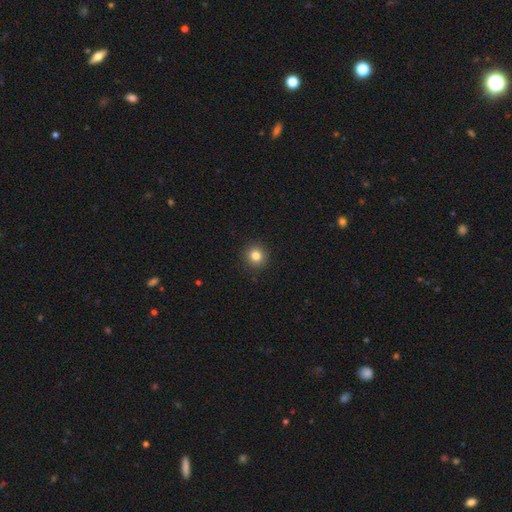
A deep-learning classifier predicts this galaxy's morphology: This is clearly a smooth galaxy (82%). How rounded: clearly round (94%). Merging: clearly none (93%).